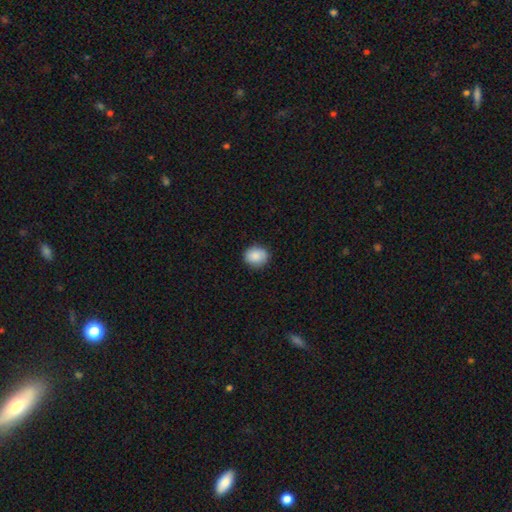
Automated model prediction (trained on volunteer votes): Smooth or featured: smooth — 88% (star or artifact — 7%)
How rounded: round — 71% (in between — 28%)
Merging: none — 87% (minor disturbance — 10%)